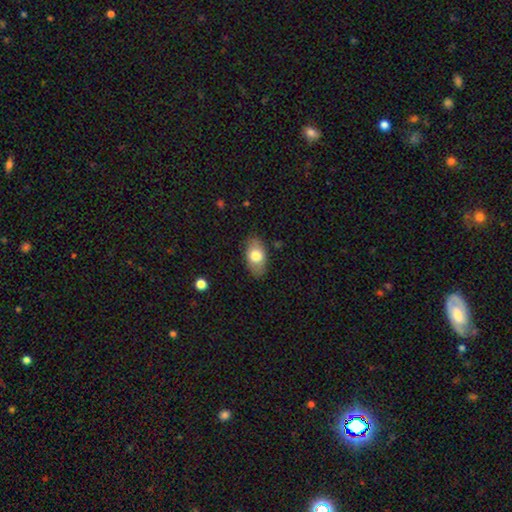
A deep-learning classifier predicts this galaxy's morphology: smooth-or-featured: smooth: 74% | featured or disk: 20% | star or artifact: 7%
  how-rounded: in between: 91% | round: 7% | cigar-shaped: 2%
  merging: none: 82% | minor disturbance: 14% | major disturbance: 3% | merger: 1%